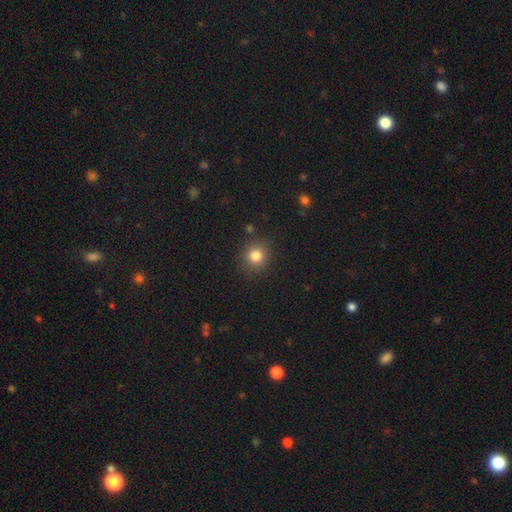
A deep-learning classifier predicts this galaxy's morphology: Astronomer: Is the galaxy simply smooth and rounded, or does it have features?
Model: smooth — 81%.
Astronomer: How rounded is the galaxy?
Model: round — 87%.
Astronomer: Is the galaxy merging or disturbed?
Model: none — 88%.